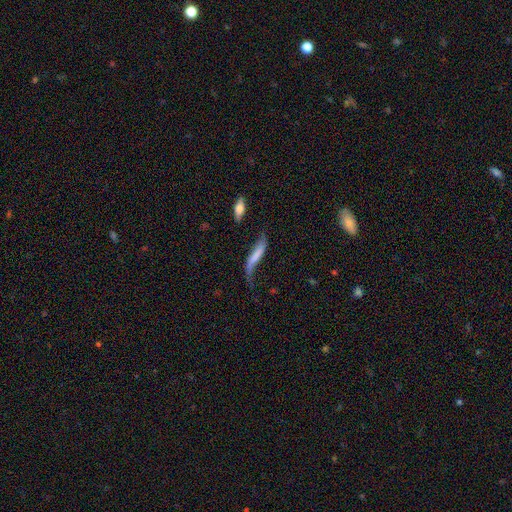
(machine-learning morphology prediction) This appears to be a featured or disk galaxy (48%). Merging: none (37%).